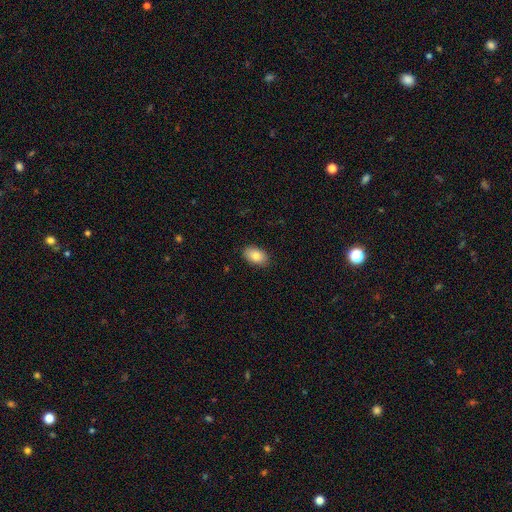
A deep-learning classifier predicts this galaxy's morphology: smooth-or-featured: smooth: 84% | featured or disk: 9% | star or artifact: 7%
  how-rounded: in between: 92% | round: 7% | cigar-shaped: 1%
  merging: none: 88% | minor disturbance: 9% | major disturbance: 2% | merger: 1%